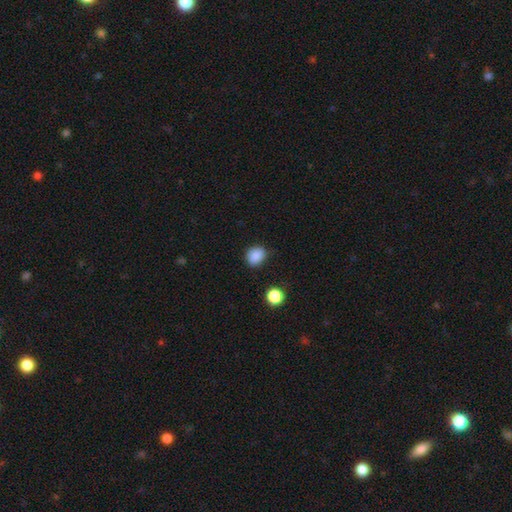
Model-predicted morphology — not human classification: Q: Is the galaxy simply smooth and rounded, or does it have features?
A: smooth — 86%.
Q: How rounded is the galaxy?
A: round — 63%.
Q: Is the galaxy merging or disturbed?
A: none — 80%.